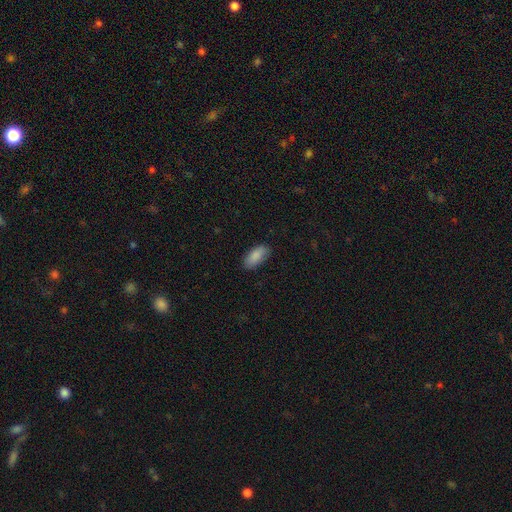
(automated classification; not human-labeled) Smooth or featured: smooth — 89% (star or artifact — 6%)
How rounded: in between — 88% (cigar-shaped — 10%)
Merging: none — 85% (minor disturbance — 12%)